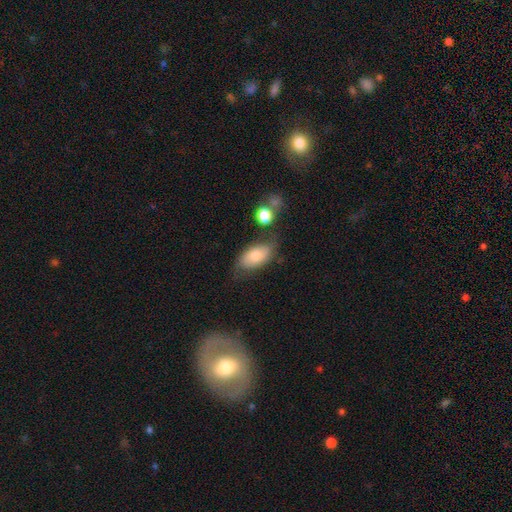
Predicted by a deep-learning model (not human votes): Smooth or featured? Predicted: smooth (p=0.67). How rounded? Predicted: in between (p=0.92). Merging? Predicted: none (p=0.59).